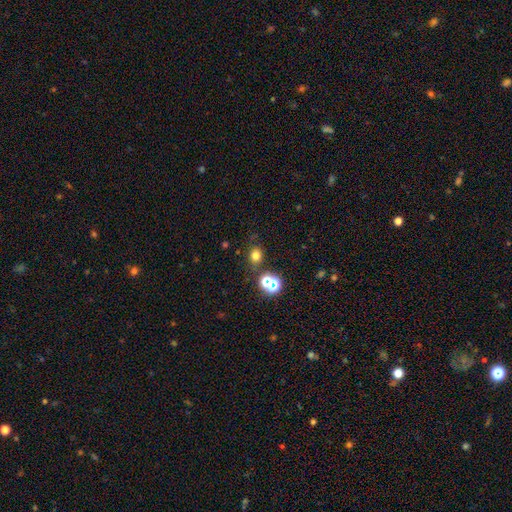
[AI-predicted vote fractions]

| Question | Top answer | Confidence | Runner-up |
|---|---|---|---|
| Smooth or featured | smooth | 70% | star or artifact (22%) |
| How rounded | round | 62% | in between (37%) |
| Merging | none | 76% | minor disturbance (12%) |